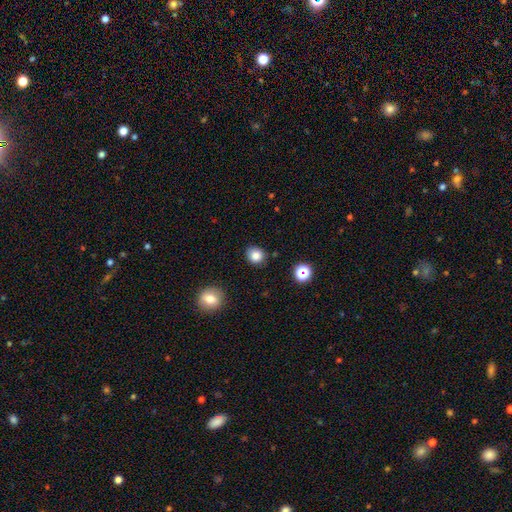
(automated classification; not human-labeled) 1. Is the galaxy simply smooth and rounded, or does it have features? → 83% smooth, 12% star or artifact, 5% featured or disk.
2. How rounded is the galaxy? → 79% round, 20% in between, 1% cigar-shaped.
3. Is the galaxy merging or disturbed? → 85% none, 10% minor disturbance, 3% major disturbance, 2% merger.